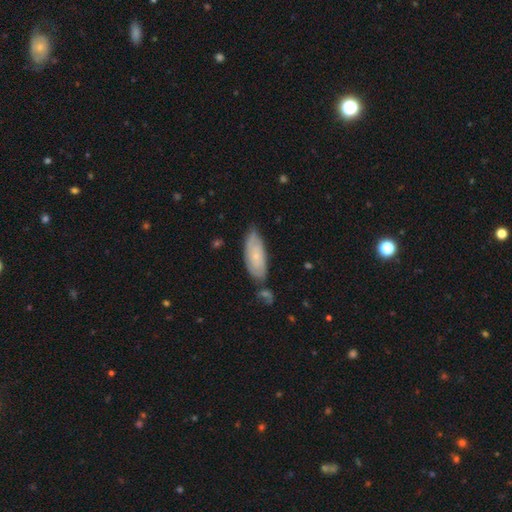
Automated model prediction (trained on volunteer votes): A smooth galaxy with no disk features (53%) that is in between round and cigar-shaped (73%).

Vote fractions:
- Smooth or featured? smooth: 53% / featured or disk: 39% / star or artifact: 8%
- How rounded? in between: 73% / cigar-shaped: 25% / round: 2%
- Merging? none: 65% / minor disturbance: 21% / merger: 10% / major disturbance: 4%